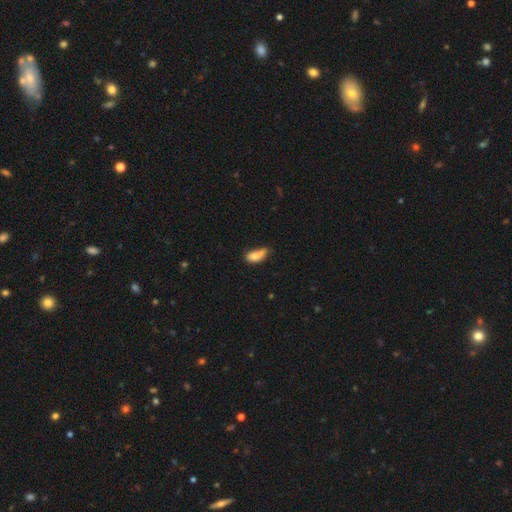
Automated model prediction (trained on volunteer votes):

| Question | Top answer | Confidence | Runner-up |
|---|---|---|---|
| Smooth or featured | smooth | 75% | featured or disk (16%) |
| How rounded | in between | 78% | cigar-shaped (18%) |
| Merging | minor disturbance | 31% | none (30%) |